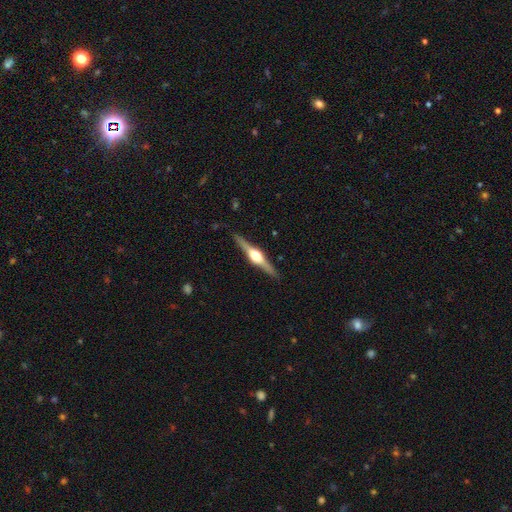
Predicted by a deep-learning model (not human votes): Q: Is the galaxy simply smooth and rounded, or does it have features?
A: featured or disk — 83%.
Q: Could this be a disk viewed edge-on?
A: yes — 98%.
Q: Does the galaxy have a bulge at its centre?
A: rounded — 95%.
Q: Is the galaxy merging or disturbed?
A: none — 90%.